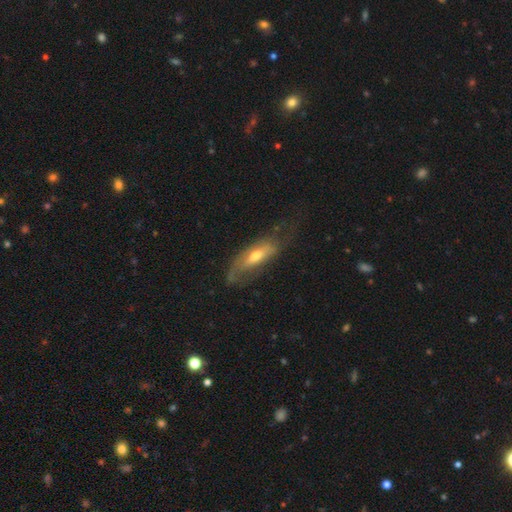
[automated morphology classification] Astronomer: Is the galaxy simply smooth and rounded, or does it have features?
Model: featured or disk — 53% (runner-up: smooth, 40%).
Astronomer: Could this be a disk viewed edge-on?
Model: no — 61% (runner-up: yes, 39%).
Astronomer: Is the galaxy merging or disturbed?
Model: none — 46% (runner-up: minor disturbance, 27%).